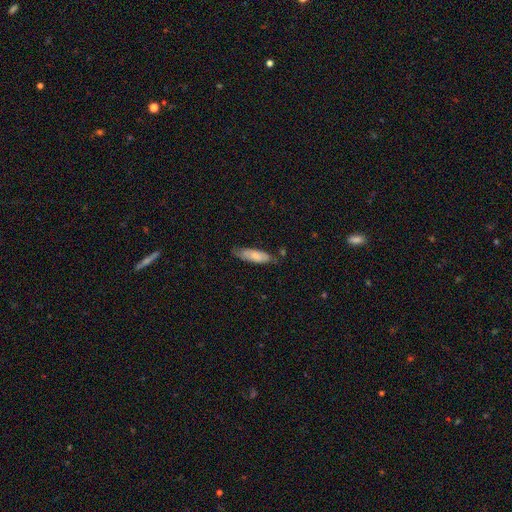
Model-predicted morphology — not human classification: A smooth galaxy with no disk features (74%) that is cigar-shaped (50%). Merging: none (66%).